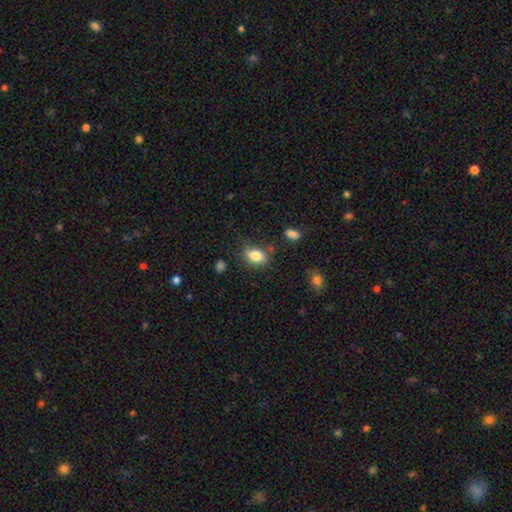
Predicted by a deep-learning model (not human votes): Smooth or featured?
  - smooth: 83% *
  - star or artifact: 9%
  - featured or disk: 8%
How rounded?
  - in between: 77% *
  - round: 21%
  - cigar-shaped: 2%
Merging?
  - none: 70% *
  - minor disturbance: 20%
  - major disturbance: 6%
  - merger: 4%